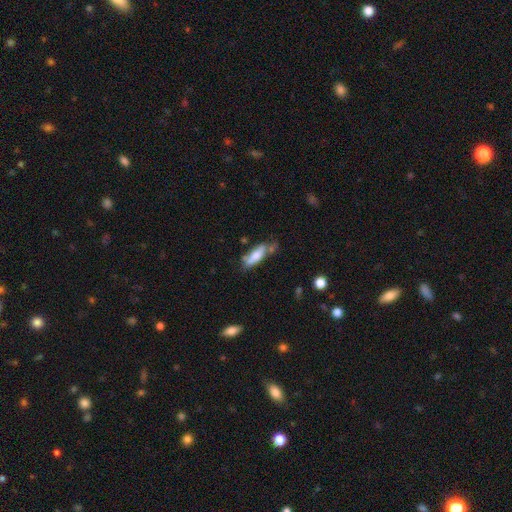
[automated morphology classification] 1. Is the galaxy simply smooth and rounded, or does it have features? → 69% smooth, 25% featured or disk, 7% star or artifact.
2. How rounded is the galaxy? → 49% in between (tied), 49% cigar-shaped (tied), 2% round.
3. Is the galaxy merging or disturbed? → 52% none, 26% minor disturbance, 13% merger, 9% major disturbance.